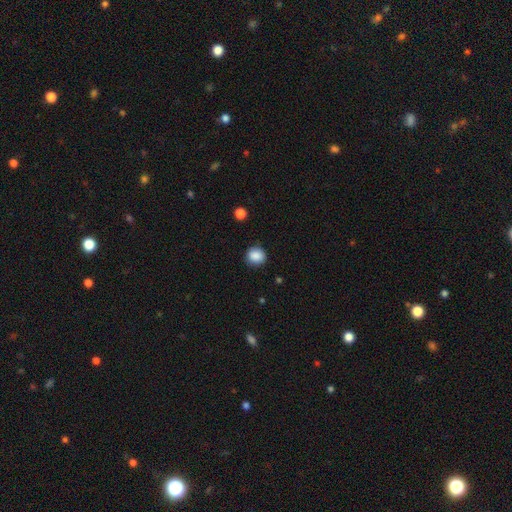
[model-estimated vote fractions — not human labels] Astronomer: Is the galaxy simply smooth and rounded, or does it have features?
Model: smooth — 87%.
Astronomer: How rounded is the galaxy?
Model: round — 81%.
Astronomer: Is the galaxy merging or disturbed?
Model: none — 84%.